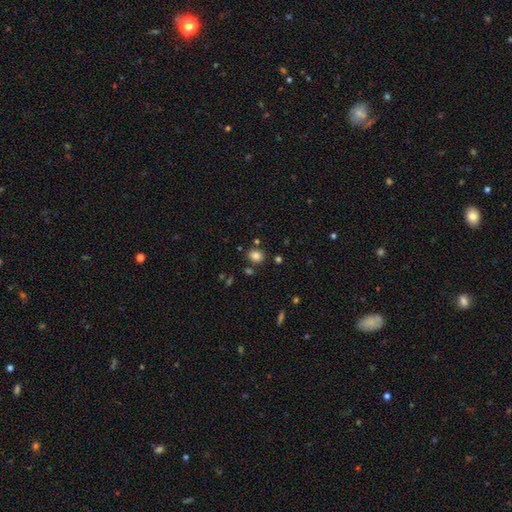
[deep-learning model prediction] smooth 82%, star or artifact 12%, featured or disk 5%. Down the decision tree: how rounded — round (70%); merging — none (82%).